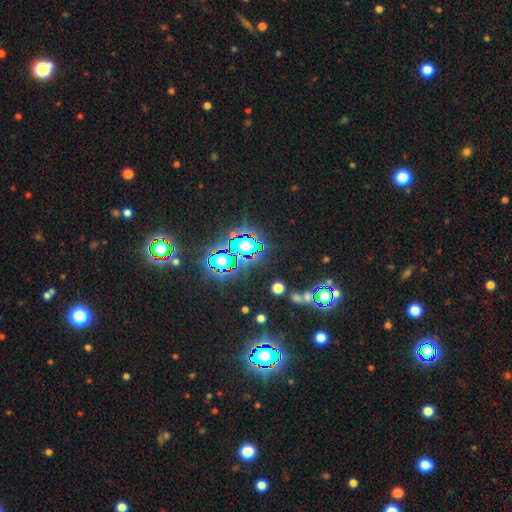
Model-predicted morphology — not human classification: A star or artifact, not a galaxy (79%).

Vote fractions:
- Smooth or featured? star or artifact: 79% / smooth: 12% / featured or disk: 9%